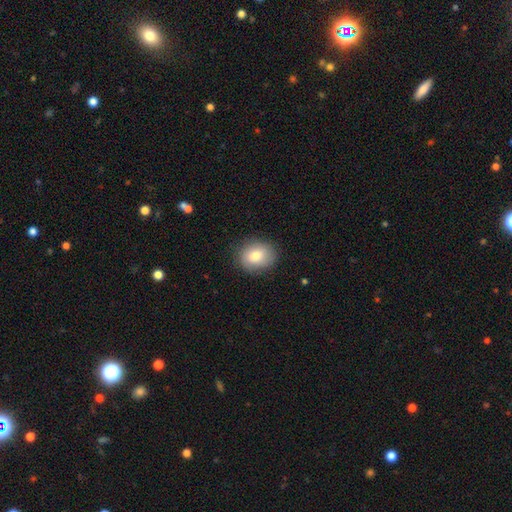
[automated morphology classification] The model was most divided on "how rounded": round: 62%, in between: 37%, cigar-shaped: 1%. More confident: merging — none (84%); smooth or featured — smooth (80%).